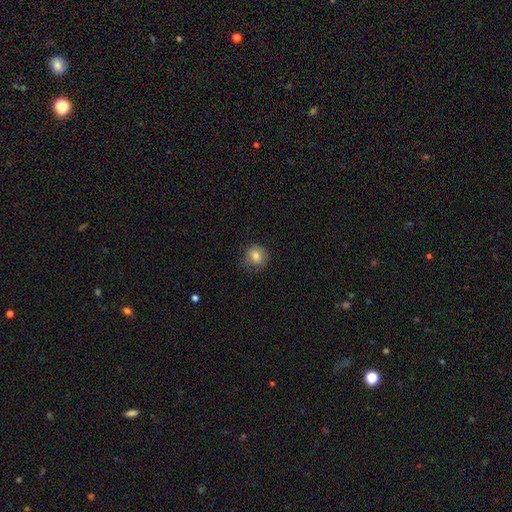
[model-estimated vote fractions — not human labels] Morphology: type=smooth (82%); roundness=round (76%); merging=none (74%).